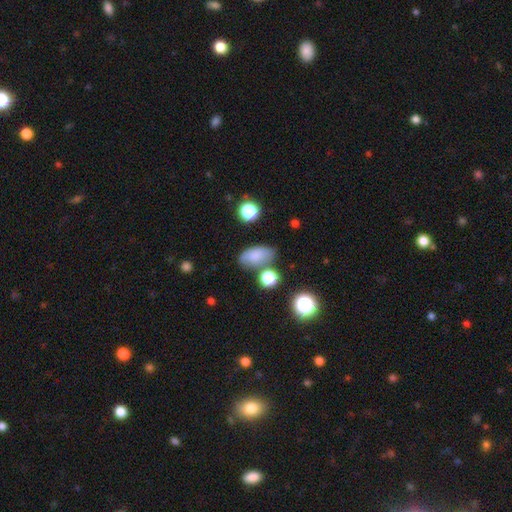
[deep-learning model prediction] Q: Smooth or featured?
A: smooth (75%); runner-up: featured or disk (13%)
Q: How rounded?
A: in between (88%); runner-up: round (8%)
Q: Merging?
A: none (63%); runner-up: minor disturbance (21%)